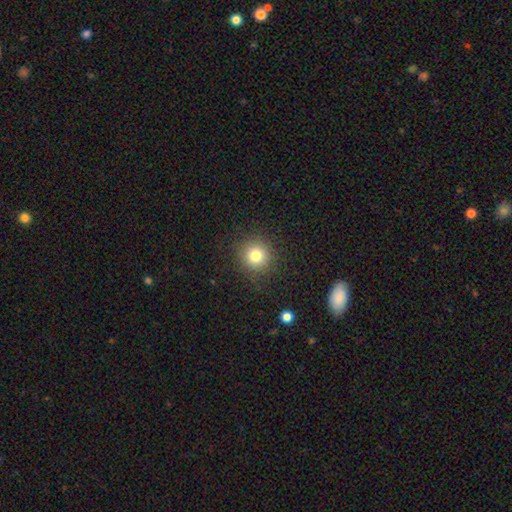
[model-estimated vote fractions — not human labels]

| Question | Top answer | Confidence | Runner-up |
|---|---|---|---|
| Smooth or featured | smooth | 79% | star or artifact (13%) |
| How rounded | round | 93% | in between (6%) |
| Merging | none | 89% | minor disturbance (7%) |